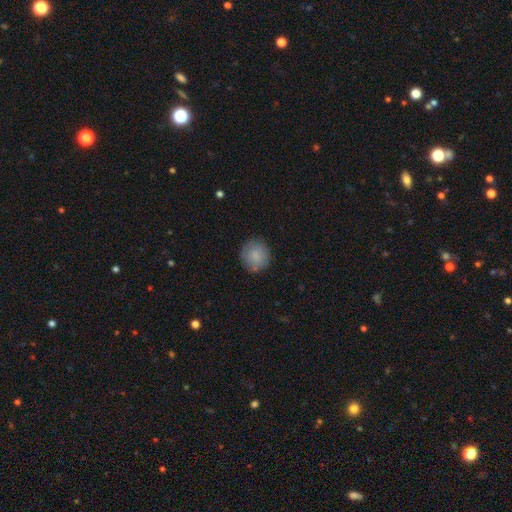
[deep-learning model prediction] Smooth or featured?
  - smooth: 83% *
  - featured or disk: 10%
  - star or artifact: 7%
How rounded?
  - round: 89% *
  - in between: 10%
  - cigar-shaped: 1%
Merging?
  - none: 81% *
  - minor disturbance: 14%
  - major disturbance: 3%
  - merger: 2%